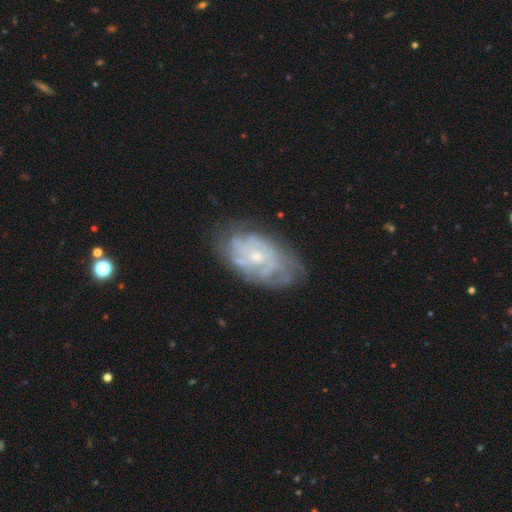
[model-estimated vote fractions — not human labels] A featured or disk galaxy (75%) with no bar (78%), tight (61%) spiral arms (81%) and a small central bulge (65%). Merging: none (67%).